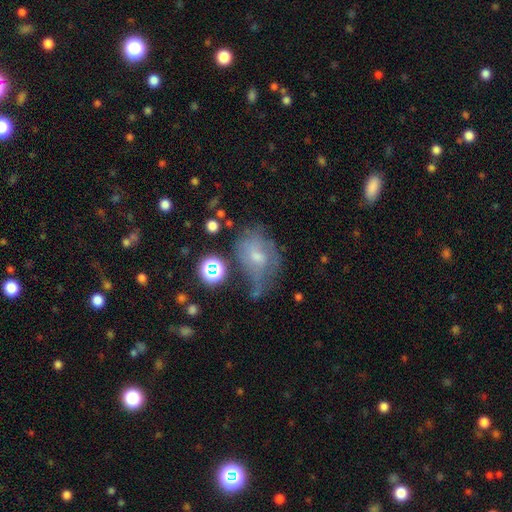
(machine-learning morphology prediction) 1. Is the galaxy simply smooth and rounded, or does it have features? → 44% smooth, 40% featured or disk, 16% star or artifact.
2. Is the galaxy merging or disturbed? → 32% major disturbance, 31% none, 30% minor disturbance, 7% merger.